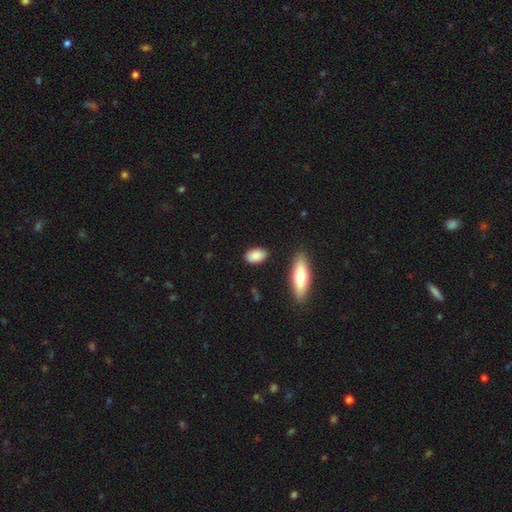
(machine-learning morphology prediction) Smooth or featured? Predicted: smooth (p=0.86). How rounded? Predicted: in between (p=0.89). Merging? Predicted: none (p=0.85).